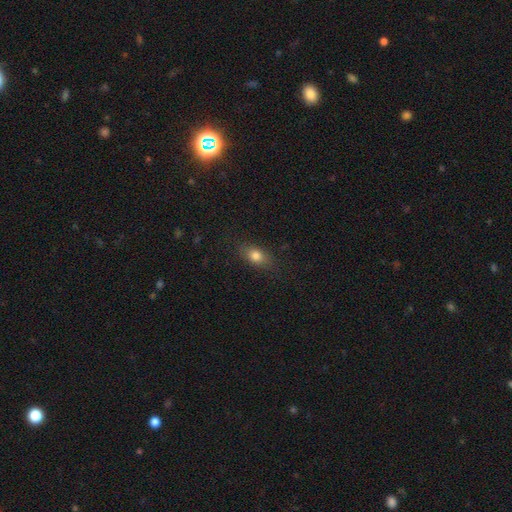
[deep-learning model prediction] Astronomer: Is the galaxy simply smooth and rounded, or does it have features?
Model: smooth — 79%.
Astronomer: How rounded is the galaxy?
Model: in between — 81%.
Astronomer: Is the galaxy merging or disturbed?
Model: none — 83%.